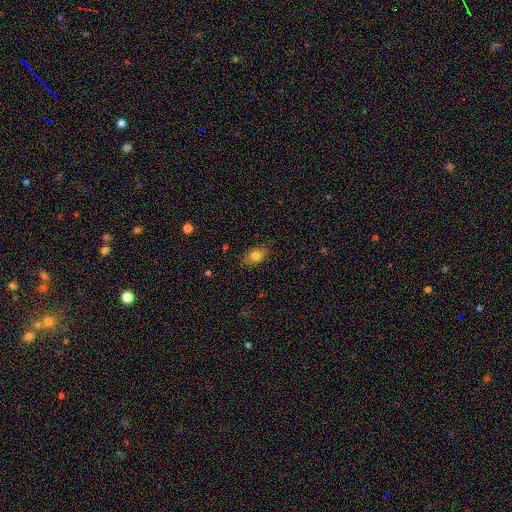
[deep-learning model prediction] Smooth or featured? smooth (78%)
How rounded? in between (81%)
Merging? none (81%)